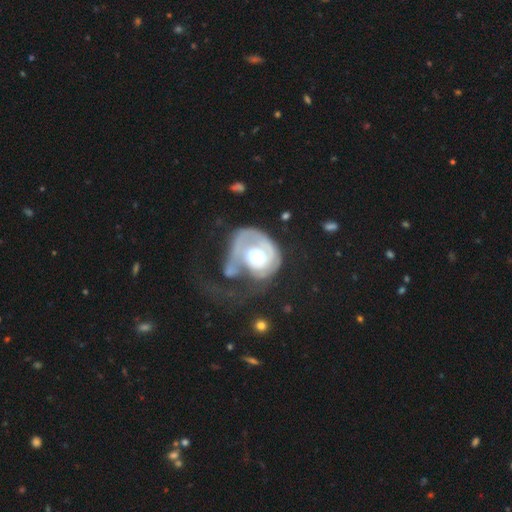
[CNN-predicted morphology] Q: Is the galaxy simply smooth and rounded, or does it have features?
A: featured or disk — 75%.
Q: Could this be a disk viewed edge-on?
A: no — 97%.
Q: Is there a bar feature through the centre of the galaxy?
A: no — 79%.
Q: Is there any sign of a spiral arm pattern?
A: yes — 73%.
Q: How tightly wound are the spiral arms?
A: tight — 54%.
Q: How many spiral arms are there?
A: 1 — 55%.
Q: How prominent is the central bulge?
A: moderate — 55%.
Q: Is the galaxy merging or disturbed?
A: major disturbance — 56%.